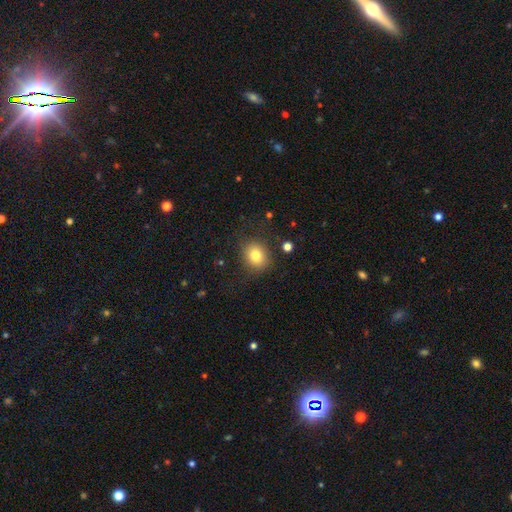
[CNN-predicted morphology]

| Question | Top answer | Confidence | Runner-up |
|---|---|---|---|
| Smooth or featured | smooth | 80% | star or artifact (11%) |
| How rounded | round | 65% | in between (34%) |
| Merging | none | 81% | minor disturbance (12%) |